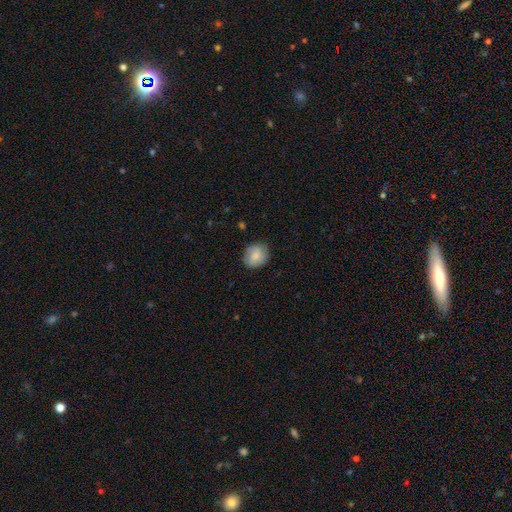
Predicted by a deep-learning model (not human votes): smooth_or_featured: smooth (p=0.79) [alt: featured or disk p=0.14]
how_rounded: round (p=0.66) [alt: in between p=0.33]
merging: none (p=0.81) [alt: minor disturbance p=0.15]